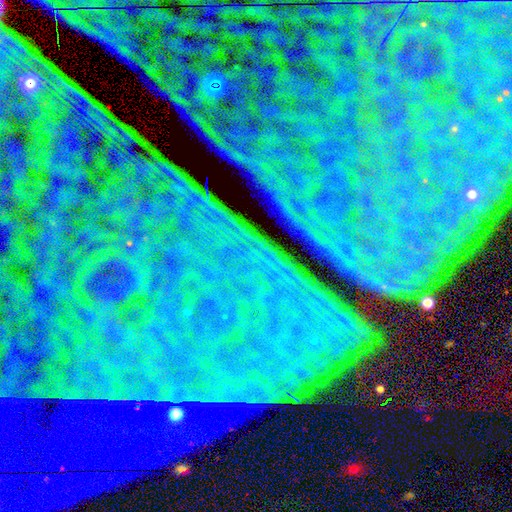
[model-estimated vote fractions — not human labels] Q: Smooth or featured?
A: star or artifact (87%); runner-up: featured or disk (8%)